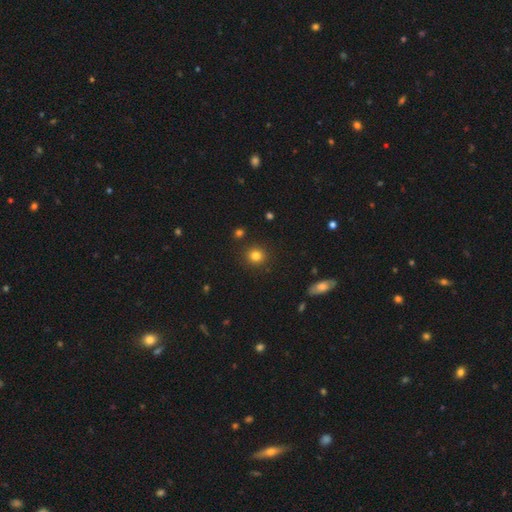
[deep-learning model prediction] Smooth or featured?
  - smooth: 82% *
  - star or artifact: 13%
  - featured or disk: 6%
How rounded?
  - round: 90% *
  - in between: 9%
  - cigar-shaped: 1%
Merging?
  - none: 90% *
  - minor disturbance: 6%
  - major disturbance: 2%
  - merger: 2%